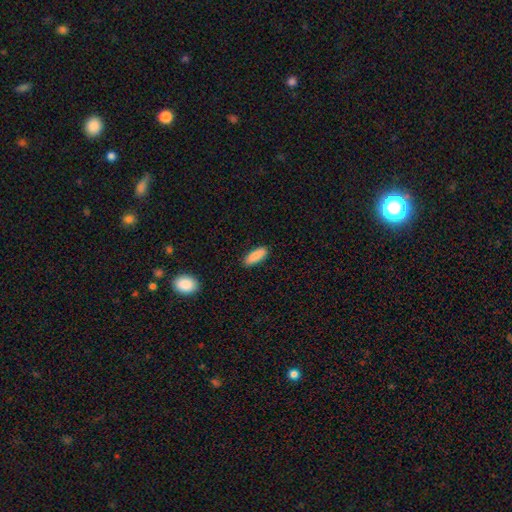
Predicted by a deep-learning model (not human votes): Smooth or featured?
  - smooth: 89% *
  - star or artifact: 7%
  - featured or disk: 4%
How rounded?
  - in between: 70% *
  - cigar-shaped: 28%
  - round: 2%
Merging?
  - none: 87% *
  - minor disturbance: 10%
  - major disturbance: 2%
  - merger: 1%